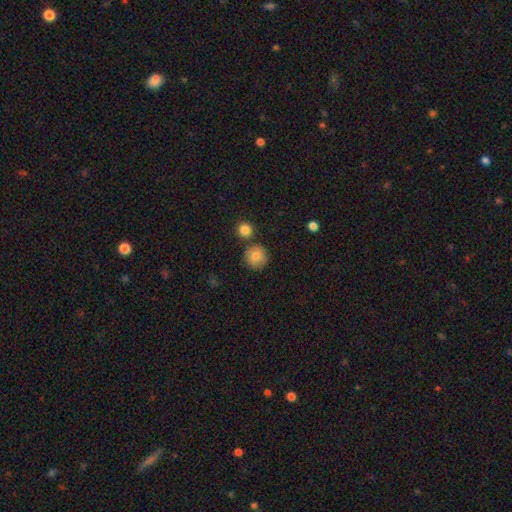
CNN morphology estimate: smooth-or-featured: smooth: 82% | featured or disk: 9% | star or artifact: 9%
  how-rounded: round: 92% | in between: 7% | cigar-shaped: 1%
  merging: none: 77% | minor disturbance: 10% | merger: 10% | major disturbance: 3%